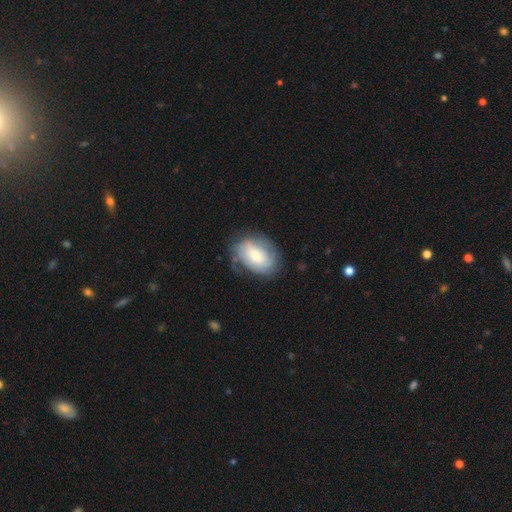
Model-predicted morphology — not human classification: Q: Smooth or featured?
A: featured or disk (47%); runner-up: smooth (46%)
Q: Merging?
A: none (63%); runner-up: minor disturbance (24%)